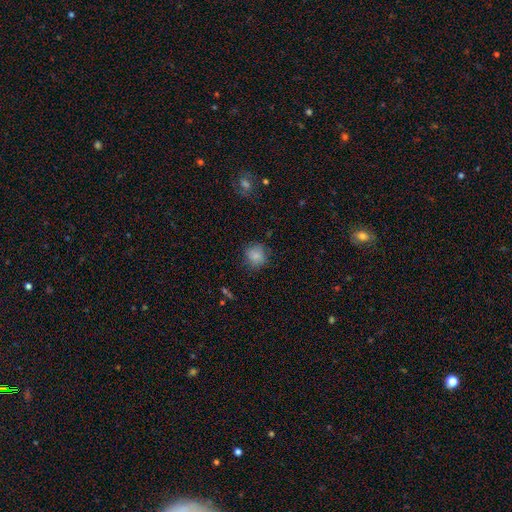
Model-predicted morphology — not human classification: smooth_or_featured: smooth (p=0.82) [alt: star or artifact p=0.10]
how_rounded: round (p=0.86) [alt: in between p=0.13]
merging: none (p=0.78) [alt: minor disturbance p=0.16]